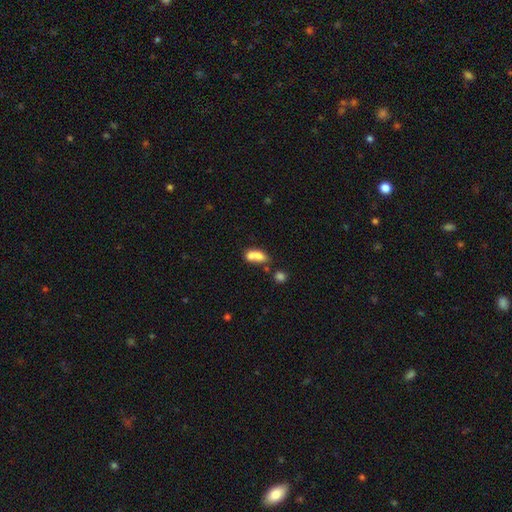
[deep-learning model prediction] smooth-or-featured: smooth: 70% | featured or disk: 20% | star or artifact: 10%
  how-rounded: in between: 73% | round: 17% | cigar-shaped: 10%
  merging: merger: 57% | none: 25% | minor disturbance: 11% | major disturbance: 6%